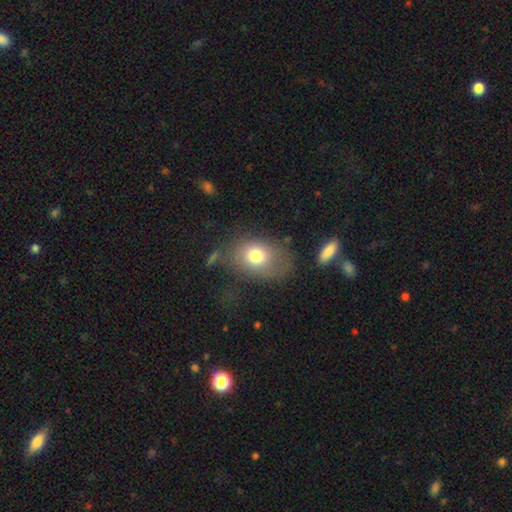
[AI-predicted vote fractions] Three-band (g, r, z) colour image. It shows a smooth galaxy with no disk features (74%) that is in between round and cigar-shaped (67%). Merging: none (51%).